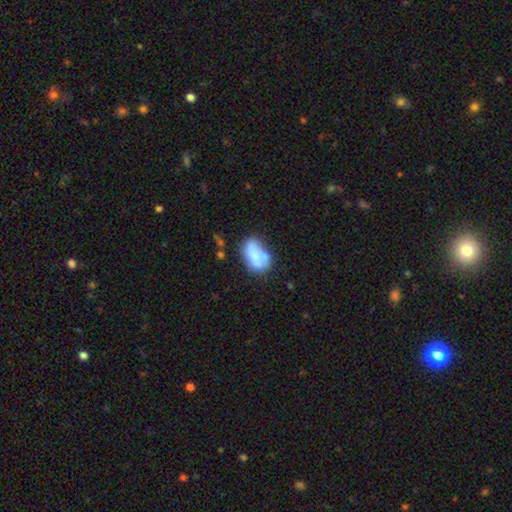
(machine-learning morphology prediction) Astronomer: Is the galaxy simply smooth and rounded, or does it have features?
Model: smooth — 72%.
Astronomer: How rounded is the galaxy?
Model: in between — 90%.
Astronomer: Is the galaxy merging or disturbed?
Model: none — 43% (runner-up: minor disturbance, 28%).